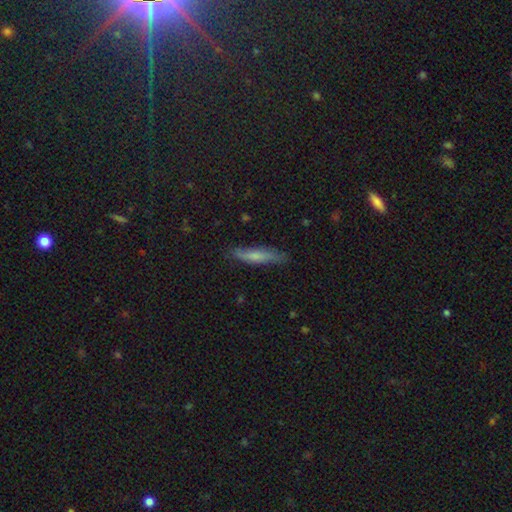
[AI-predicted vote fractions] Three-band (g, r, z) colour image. It shows a smooth galaxy with no disk features (64%) that is cigar-shaped (86%). Merging: none (79%).